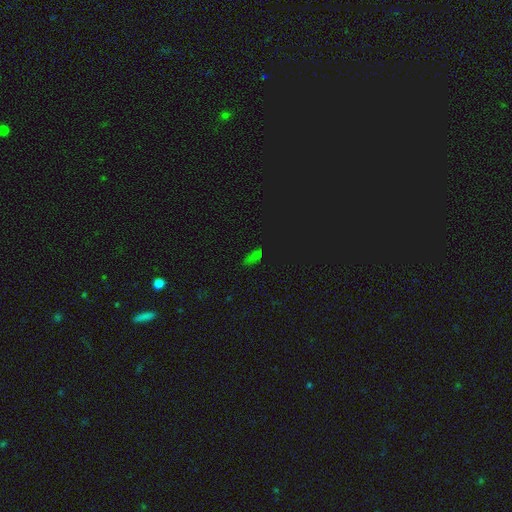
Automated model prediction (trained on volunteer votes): Overall: smooth (50%; star or artifact 43%). Merging: none (70%).